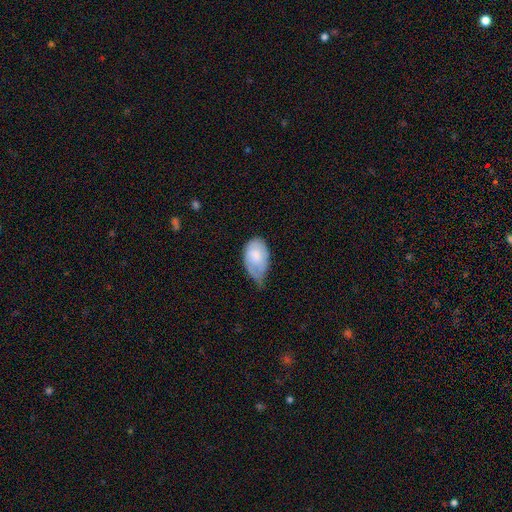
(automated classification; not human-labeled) The model was most divided on "merging": minor disturbance: 54%, major disturbance: 25%, none: 19%, merger: 3%. More confident: how rounded — in between (91%); smooth or featured — smooth (67%).